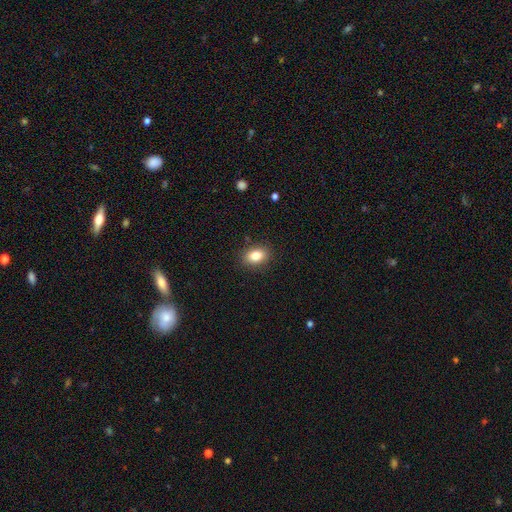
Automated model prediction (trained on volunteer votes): A smooth galaxy with no disk features (83%) that is in between round and cigar-shaped (79%). Merging: none (87%).